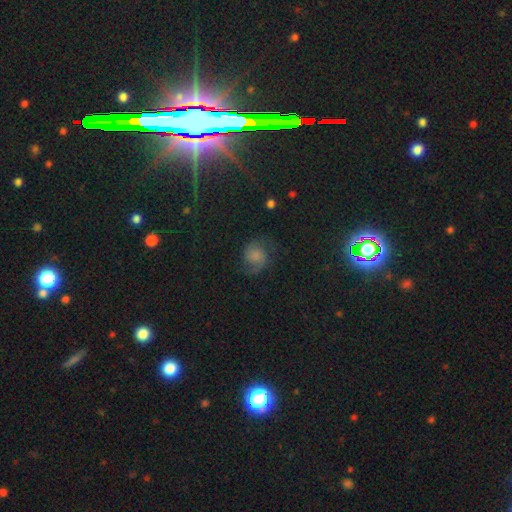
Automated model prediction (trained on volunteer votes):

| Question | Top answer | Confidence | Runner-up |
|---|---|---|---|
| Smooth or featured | featured or disk | 55% | smooth (31%) |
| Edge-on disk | no | 98% | yes (2%) |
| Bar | no | 64% | weak (31%) |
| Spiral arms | yes | 92% | no (8%) |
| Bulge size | none | 35% | small (23%) |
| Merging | none | 67% | minor disturbance (19%) |